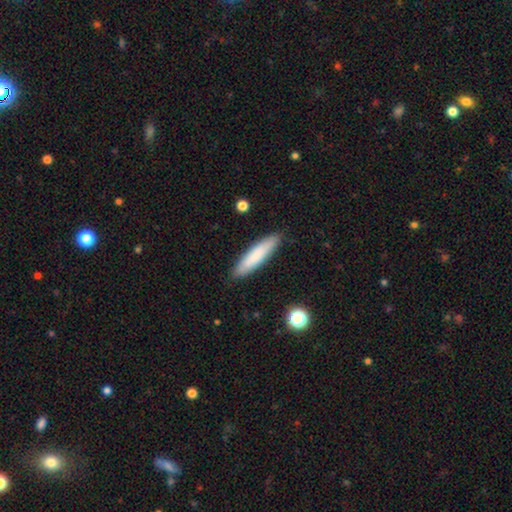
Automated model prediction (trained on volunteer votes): A smooth galaxy with no disk features (80%) that is cigar-shaped (81%).

Vote fractions:
- Smooth or featured? smooth: 80% / featured or disk: 14% / star or artifact: 6%
- How rounded? cigar-shaped: 81% / in between: 17% / round: 1%
- Merging? none: 88% / minor disturbance: 9% / major disturbance: 2% / merger: 1%